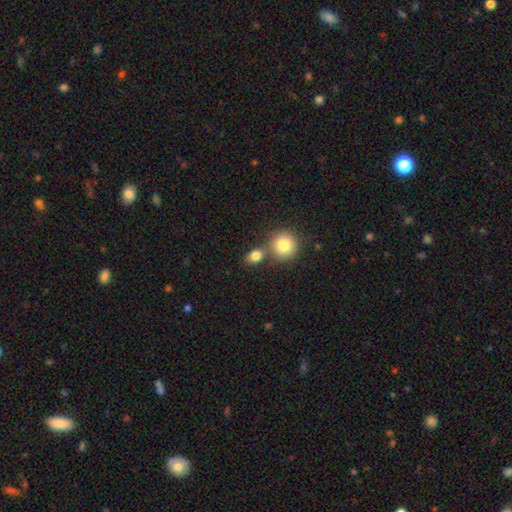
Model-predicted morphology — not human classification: smooth 83%, star or artifact 10%, featured or disk 7%. Down the decision tree: how rounded — in between (54%); merging — none (59%).